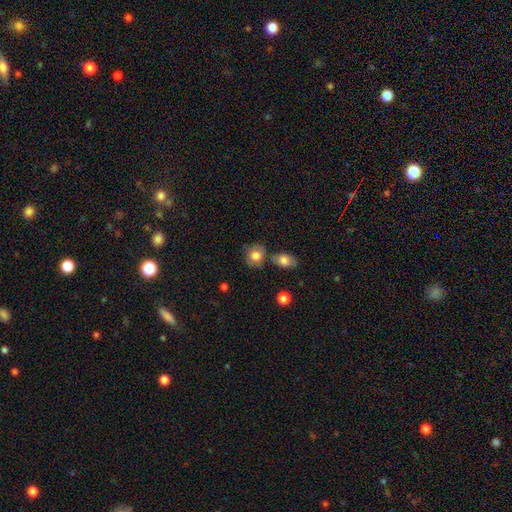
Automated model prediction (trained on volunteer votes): Smooth or featured? smooth (78%)
How rounded? round (69%)
Merging? none (63%)